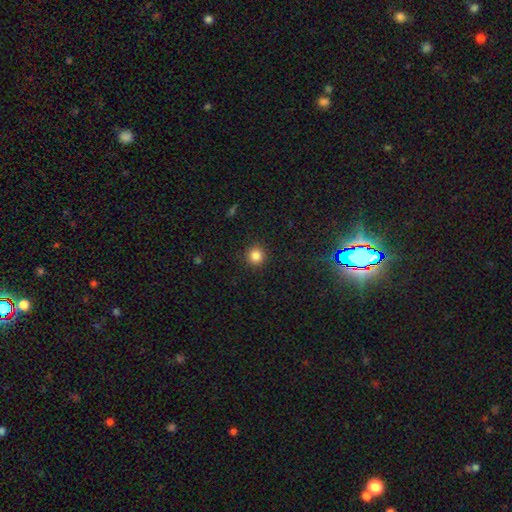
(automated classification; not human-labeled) Smooth or featured?
  - smooth: 85% *
  - star or artifact: 11%
  - featured or disk: 4%
How rounded?
  - round: 94% *
  - in between: 5%
  - cigar-shaped: 1%
Merging?
  - none: 92% *
  - minor disturbance: 5%
  - major disturbance: 2%
  - merger: 1%